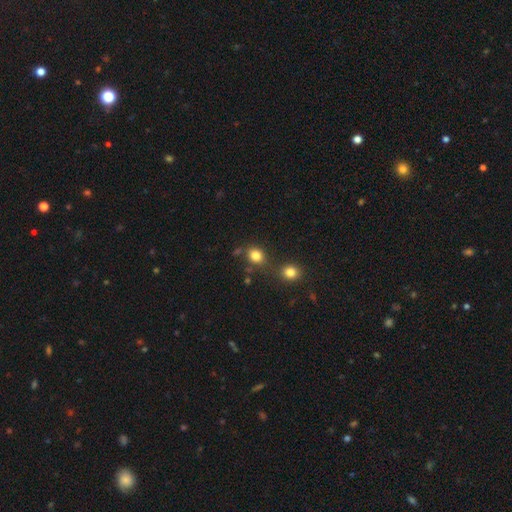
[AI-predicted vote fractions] A smooth galaxy with no disk features (81%) that is round (69%).

Vote fractions:
- Smooth or featured? smooth: 81% / star or artifact: 13% / featured or disk: 6%
- How rounded? round: 69% / in between: 30% / cigar-shaped: 1%
- Merging? none: 67% / merger: 16% / minor disturbance: 12% / major disturbance: 4%